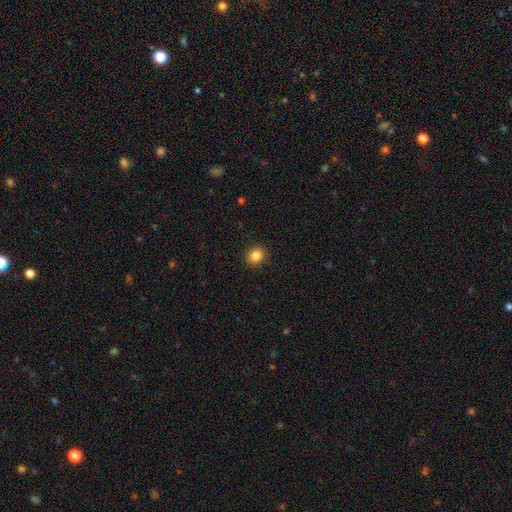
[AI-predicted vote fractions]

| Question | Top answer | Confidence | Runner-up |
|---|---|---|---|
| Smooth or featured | smooth | 85% | star or artifact (10%) |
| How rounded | round | 83% | in between (16%) |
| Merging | none | 91% | minor disturbance (6%) |